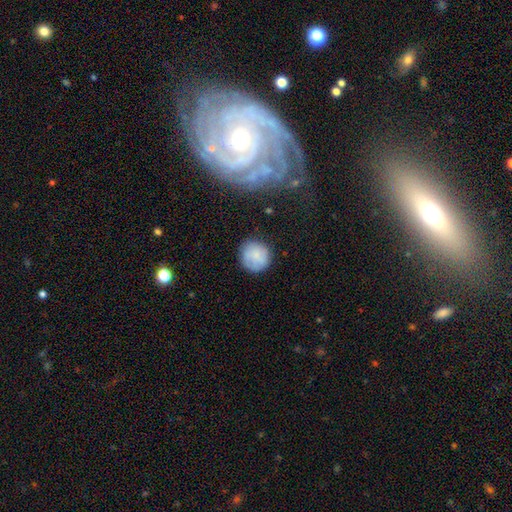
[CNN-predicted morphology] A smooth galaxy with no disk features (79%) that is round (93%). Merging: none (82%).